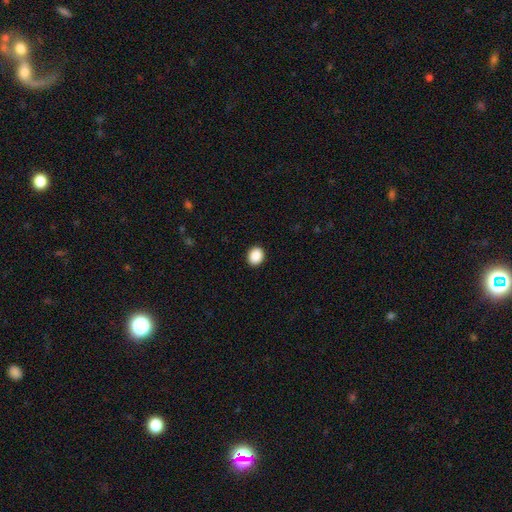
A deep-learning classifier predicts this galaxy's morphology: Smooth or featured? Predicted: smooth (p=0.89). How rounded? Predicted: round (p=0.61). Merging? Predicted: none (p=0.92).